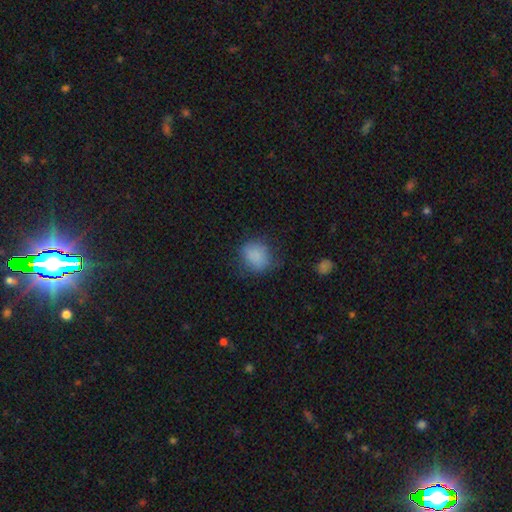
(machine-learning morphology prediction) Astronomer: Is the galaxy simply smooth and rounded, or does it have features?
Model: smooth — 84%.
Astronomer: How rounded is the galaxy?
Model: round — 72%.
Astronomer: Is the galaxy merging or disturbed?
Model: none — 67%.